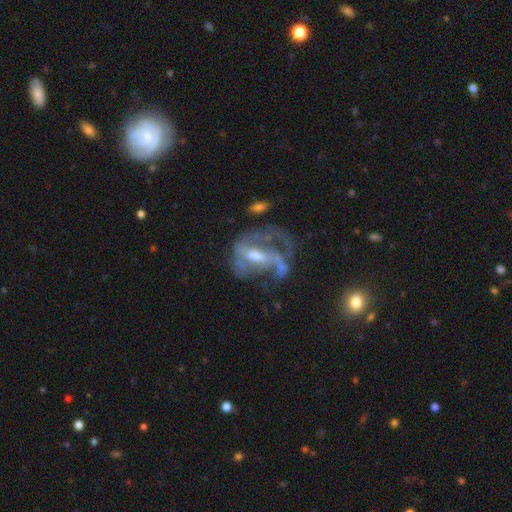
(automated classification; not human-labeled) Smooth or featured? featured or disk (78%)
Edge-on disk? no (95%)
Bar? weak (44%)
Spiral arms? yes (73%)
Spiral winding? medium (42%)
Spiral arm count? 2 (35%)
Bulge size? moderate (54%)
Merging? major disturbance (47%)